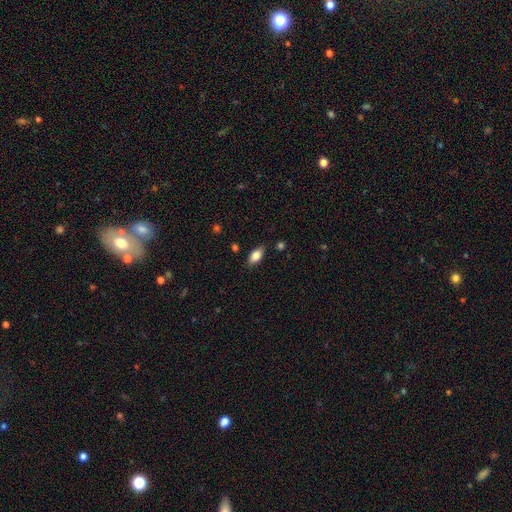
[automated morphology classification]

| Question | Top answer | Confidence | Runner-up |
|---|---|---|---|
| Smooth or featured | smooth | 81% | featured or disk (12%) |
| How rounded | in between | 89% | cigar-shaped (7%) |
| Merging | none | 83% | minor disturbance (13%) |